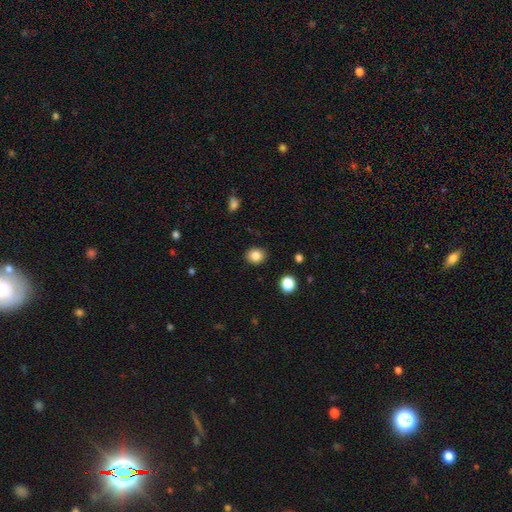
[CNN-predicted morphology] A smooth galaxy with no disk features (84%) that is round (67%).

Vote fractions:
- Smooth or featured? smooth: 84% / star or artifact: 10% / featured or disk: 5%
- How rounded? round: 67% / in between: 32% / cigar-shaped: 1%
- Merging? none: 89% / minor disturbance: 8% / major disturbance: 2% / merger: 1%